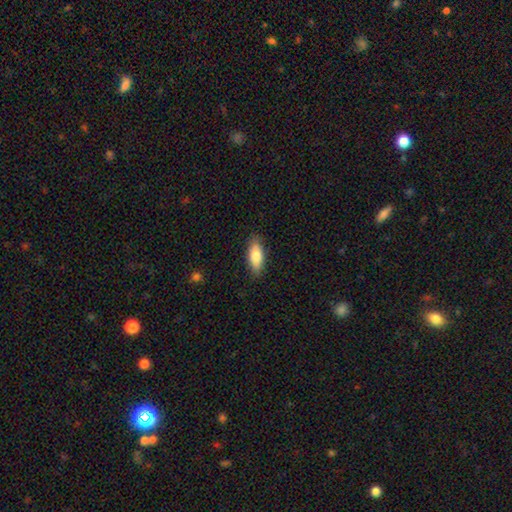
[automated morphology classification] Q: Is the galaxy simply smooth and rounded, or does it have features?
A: smooth — 79%.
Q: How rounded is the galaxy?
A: in between — 77%.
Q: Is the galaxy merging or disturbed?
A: none — 86%.